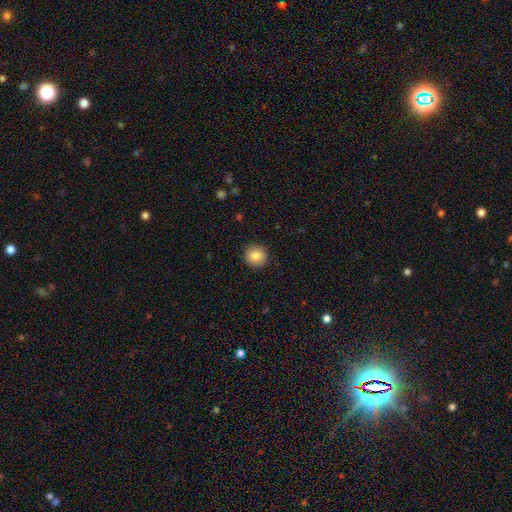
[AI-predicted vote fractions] Overall: smooth (84%). How rounded: round (94%). Merging: none (92%).